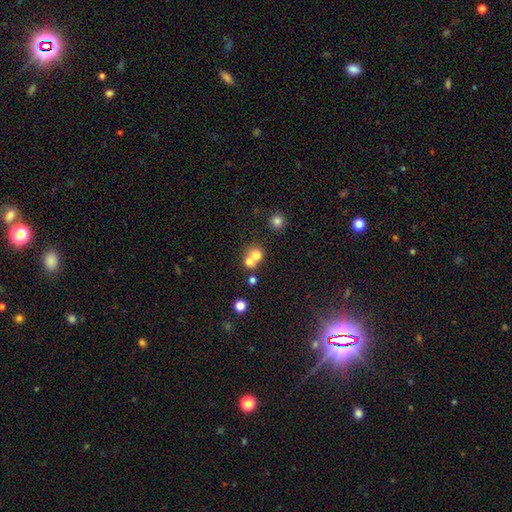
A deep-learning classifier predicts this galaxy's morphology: This is likely a smooth galaxy (70%). How rounded: likely round (77%). Merging: possibly merger (58%).